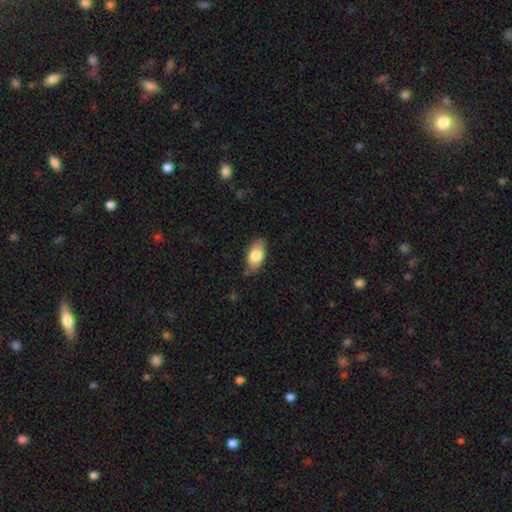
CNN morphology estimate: type=smooth (79%); roundness=in between (92%); merging=none (78%).